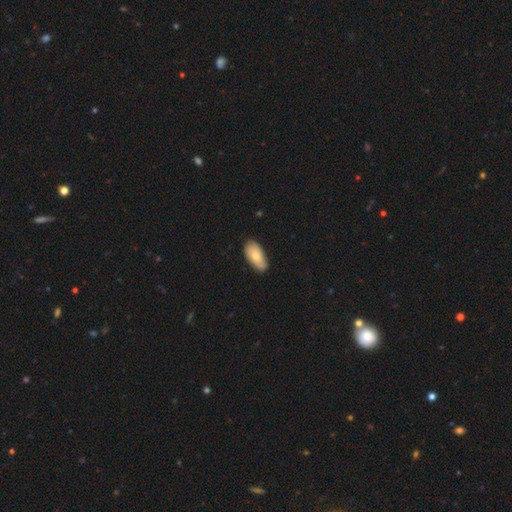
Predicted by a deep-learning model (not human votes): This is likely a smooth galaxy (74%). How rounded: clearly in between (93%). Merging: likely none (72%).